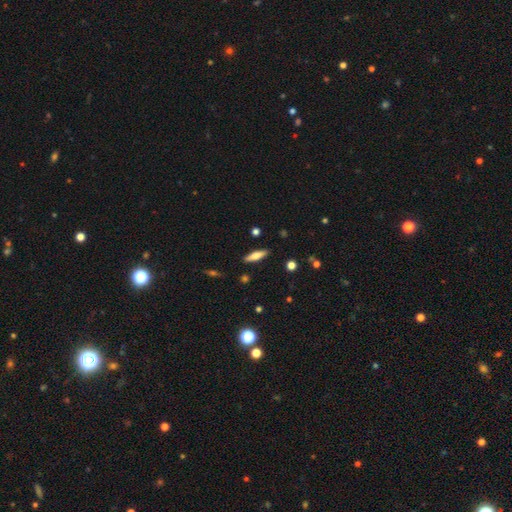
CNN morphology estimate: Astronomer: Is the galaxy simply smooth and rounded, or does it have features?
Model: smooth — 65%.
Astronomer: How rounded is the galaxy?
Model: cigar-shaped — 64%.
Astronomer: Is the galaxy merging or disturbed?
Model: none — 88%.